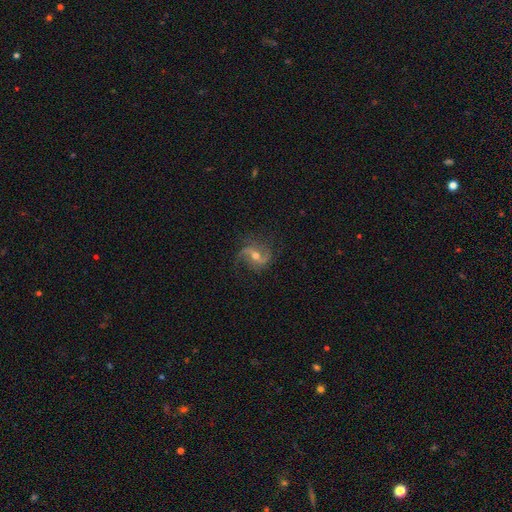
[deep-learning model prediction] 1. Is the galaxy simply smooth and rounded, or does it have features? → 85% featured or disk, 8% star or artifact, 7% smooth.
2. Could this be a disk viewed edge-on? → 97% no, 3% yes.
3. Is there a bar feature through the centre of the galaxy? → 39% weak, 31% no, 29% strong.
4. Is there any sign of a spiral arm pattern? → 96% yes, 4% no.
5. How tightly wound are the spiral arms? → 55% loose, 35% medium, 10% tight.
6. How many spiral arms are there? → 85% 2, 5% 3, 4% can't tell, 3% 1, 2% 4, 2% more than 4.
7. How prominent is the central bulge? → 64% moderate, 32% small, 3% large, 1% none, 1% dominant.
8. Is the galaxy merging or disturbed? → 76% none, 15% minor disturbance, 7% major disturbance, 1% merger.